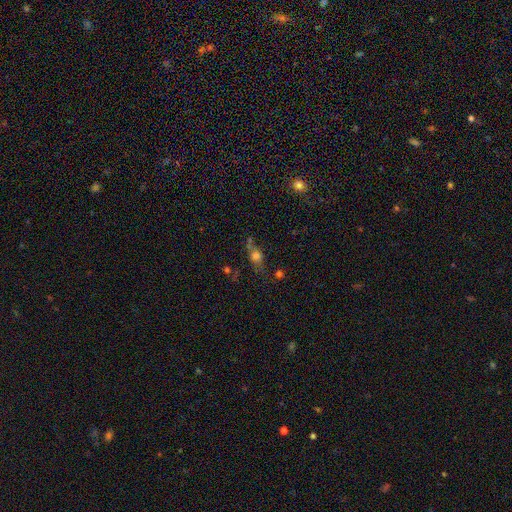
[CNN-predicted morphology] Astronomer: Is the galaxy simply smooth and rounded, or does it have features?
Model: smooth — 51% (runner-up: featured or disk, 29%).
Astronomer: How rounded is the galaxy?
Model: in between — 45% (runner-up: round, 40%).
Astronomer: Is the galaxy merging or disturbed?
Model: none — 54%.